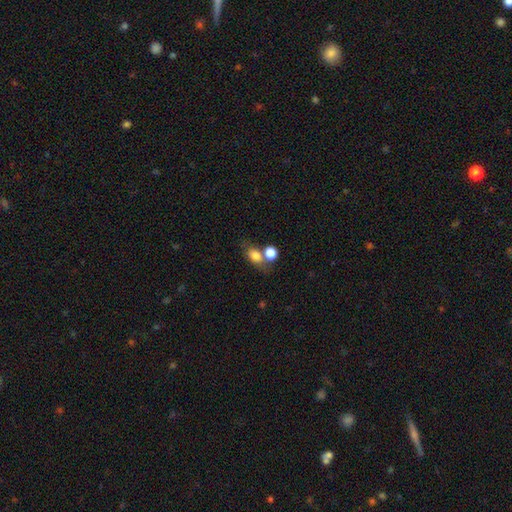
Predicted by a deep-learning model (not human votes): A smooth galaxy with no disk features (79%) that is in between round and cigar-shaped (67%).

Vote fractions:
- Smooth or featured? smooth: 79% / featured or disk: 11% / star or artifact: 10%
- How rounded? in between: 67% / round: 30% / cigar-shaped: 3%
- Merging? none: 45% / merger: 36% / minor disturbance: 13% / major disturbance: 6%